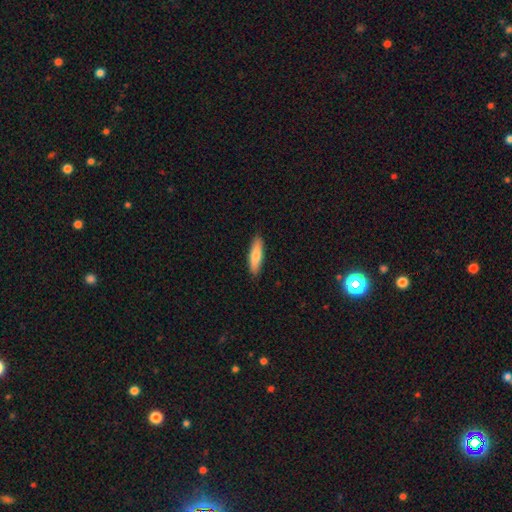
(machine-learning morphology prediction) Smooth or featured?
  - smooth: 75% *
  - featured or disk: 19%
  - star or artifact: 5%
How rounded?
  - cigar-shaped: 67% *
  - in between: 32%
  - round: 2%
Merging?
  - none: 89% *
  - minor disturbance: 8%
  - major disturbance: 2%
  - merger: 1%